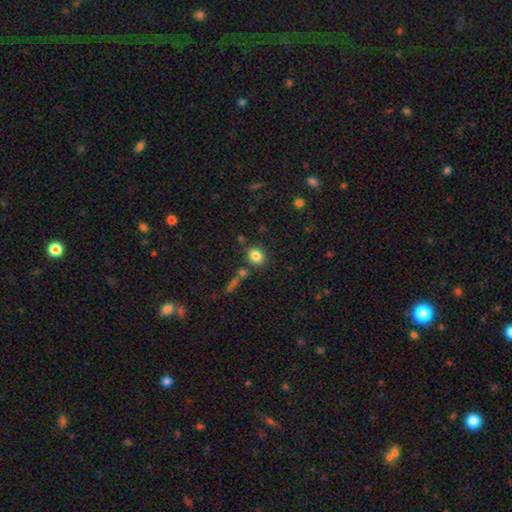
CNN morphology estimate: smooth_or_featured: smooth (p=0.83) [alt: star or artifact p=0.10]
how_rounded: round (p=0.73) [alt: in between p=0.26]
merging: none (p=0.80) [alt: minor disturbance p=0.09]